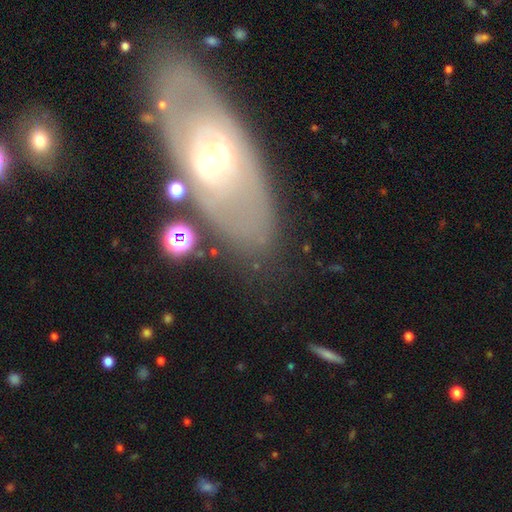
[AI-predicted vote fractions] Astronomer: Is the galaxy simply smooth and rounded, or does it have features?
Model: featured or disk — 60%.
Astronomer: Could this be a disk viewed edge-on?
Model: no — 84%.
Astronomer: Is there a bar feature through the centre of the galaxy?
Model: no — 58%.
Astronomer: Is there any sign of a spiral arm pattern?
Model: no — 57% (runner-up: yes, 43%).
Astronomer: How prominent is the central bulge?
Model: small — 62%.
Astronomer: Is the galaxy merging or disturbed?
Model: none — 71%.